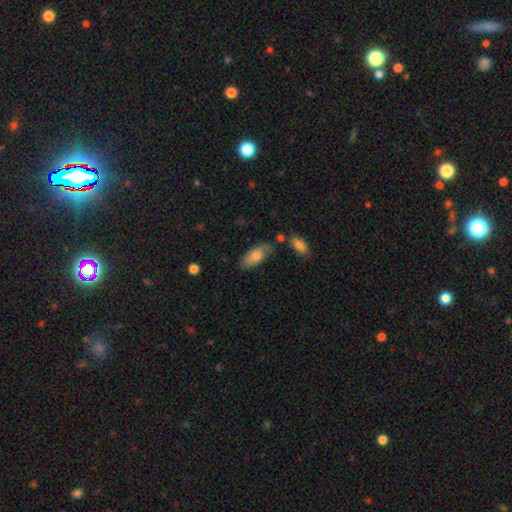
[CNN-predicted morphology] Smooth or featured? Predicted: smooth (p=0.75). How rounded? Predicted: in between (p=0.86). Merging? Predicted: none (p=0.68).